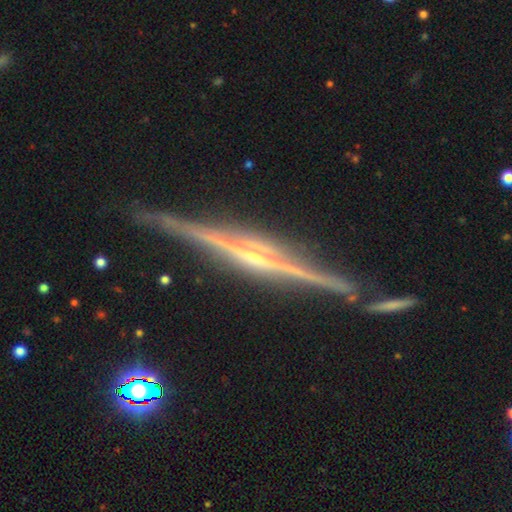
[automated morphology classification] smooth-or-featured: featured or disk: 90% | star or artifact: 6% | smooth: 4%
  disk-edge-on: yes: 98% | no: 2%
    edge-on-bulge: rounded: 71% | none: 16% | boxy: 13%
  merging: none: 86% | minor disturbance: 9% | merger: 3% | major disturbance: 2%